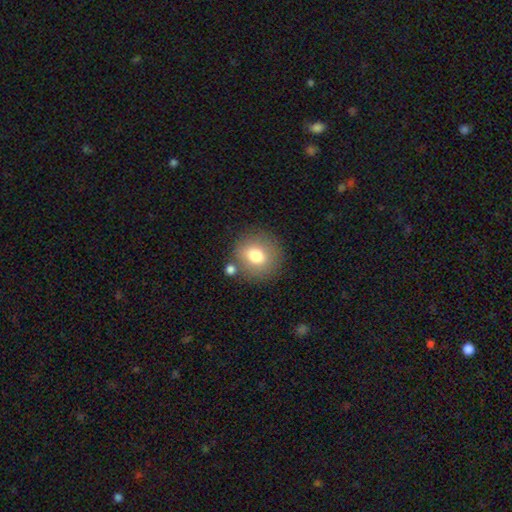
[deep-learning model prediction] smooth_or_featured: smooth (p=0.75) [alt: featured or disk p=0.15]
how_rounded: round (p=0.87) [alt: in between p=0.12]
merging: none (p=0.80) [alt: minor disturbance p=0.10]